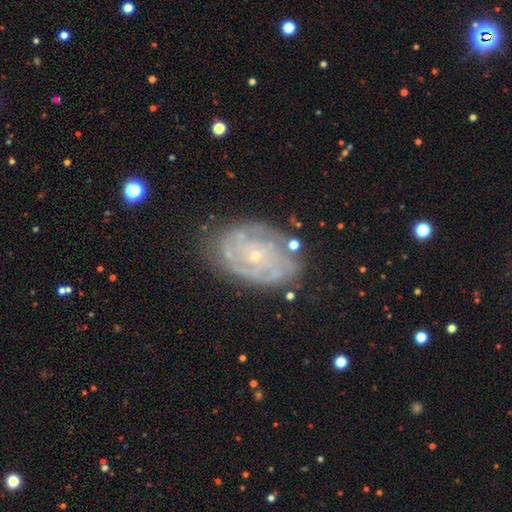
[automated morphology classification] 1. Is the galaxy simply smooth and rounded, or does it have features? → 80% featured or disk, 12% smooth, 7% star or artifact.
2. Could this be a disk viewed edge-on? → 96% no, 4% yes.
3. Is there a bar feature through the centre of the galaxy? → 80% no, 16% weak, 4% strong.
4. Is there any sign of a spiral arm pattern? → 91% yes, 9% no.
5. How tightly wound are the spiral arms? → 75% tight, 20% medium, 5% loose.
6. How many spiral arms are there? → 41% can't tell, 20% 2, 15% 3, 12% 4, 7% more than 4, 5% 1.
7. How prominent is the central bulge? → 83% small, 13% moderate, 2% none, 1% large, 1% dominant.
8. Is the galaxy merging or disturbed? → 75% none, 18% minor disturbance, 6% major disturbance, 2% merger.